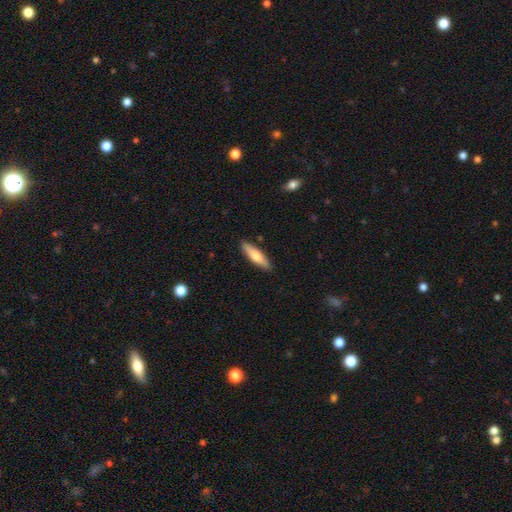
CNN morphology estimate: This is likely a smooth galaxy (65%). How rounded: likely cigar-shaped (68%). Merging: clearly none (89%).